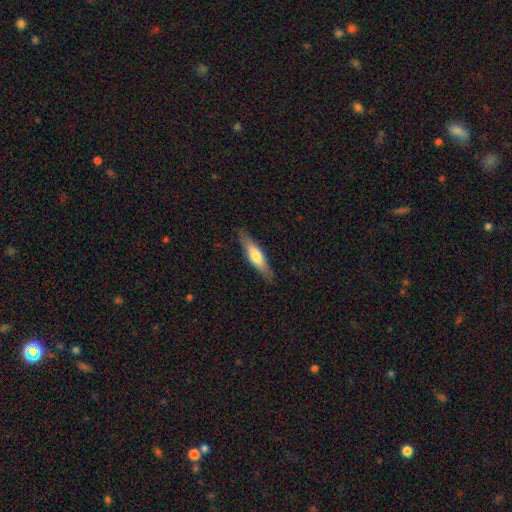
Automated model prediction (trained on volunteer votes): Morphology: type=smooth (55%); roundness=cigar-shaped (72%); merging=none (86%).